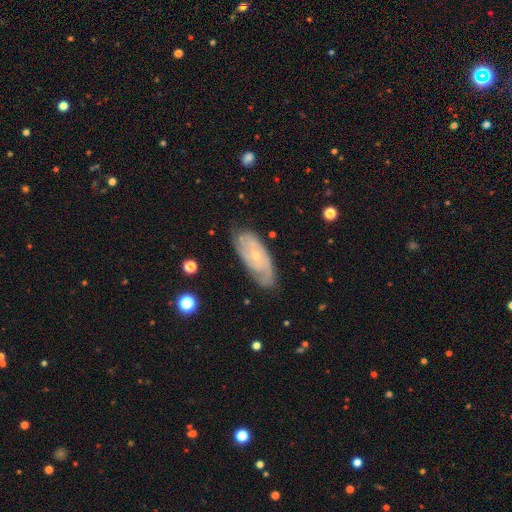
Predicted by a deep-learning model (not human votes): Smooth or featured? featured or disk (77%)
Edge-on disk? no (90%)
Bar? no (74%)
Spiral arms? yes (92%)
Spiral winding? tight (64%)
Spiral arm count? can't tell (37%)
Bulge size? small (78%)
Merging? none (76%)